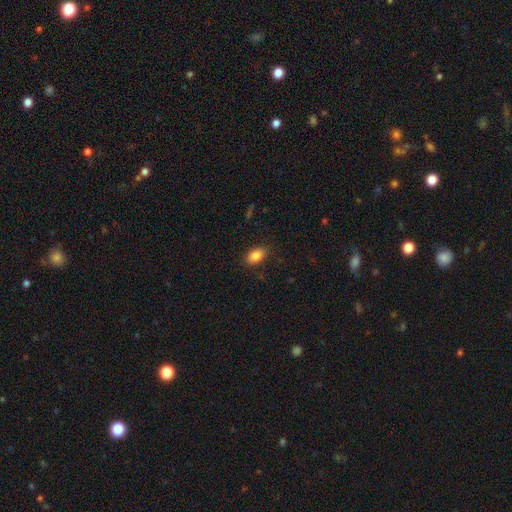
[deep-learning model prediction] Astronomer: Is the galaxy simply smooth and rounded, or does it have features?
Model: smooth — 86%.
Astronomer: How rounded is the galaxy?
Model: in between — 89%.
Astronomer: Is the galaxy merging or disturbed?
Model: none — 87%.